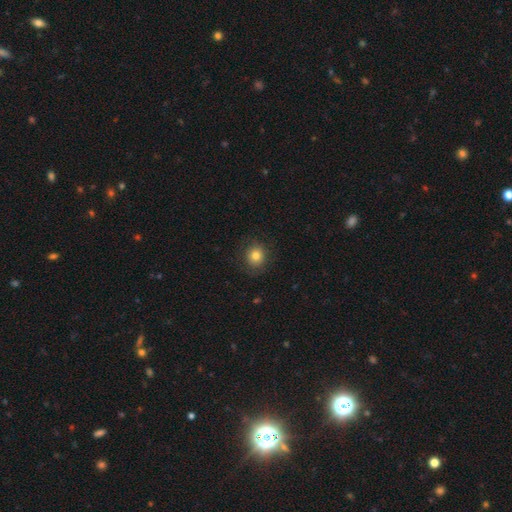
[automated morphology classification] smooth-or-featured: smooth: 81% | star or artifact: 11% | featured or disk: 8%
  how-rounded: round: 86% | in between: 13% | cigar-shaped: 1%
  merging: none: 85% | minor disturbance: 10% | major disturbance: 4% | merger: 1%